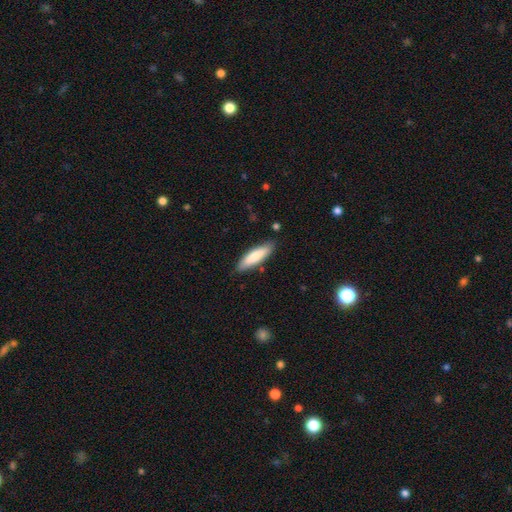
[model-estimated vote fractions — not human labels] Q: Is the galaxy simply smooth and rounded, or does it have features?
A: smooth — 81%.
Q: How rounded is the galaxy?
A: cigar-shaped — 63%.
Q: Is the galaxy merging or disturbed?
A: none — 84%.